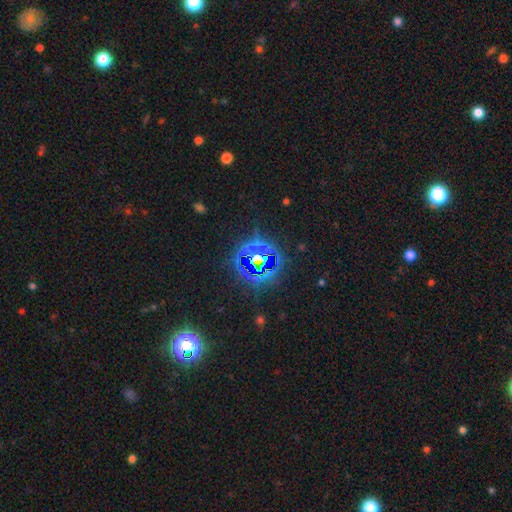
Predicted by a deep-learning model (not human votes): A star or artifact, not a galaxy (78%).

Vote fractions:
- Smooth or featured? star or artifact: 78% / smooth: 12% / featured or disk: 10%